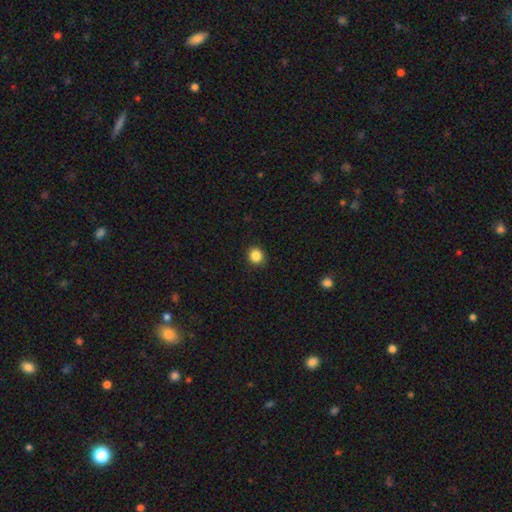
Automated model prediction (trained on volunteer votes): smooth_or_featured: smooth (p=0.86) [alt: star or artifact p=0.11]
how_rounded: round (p=0.87) [alt: in between p=0.13]
merging: none (p=0.92) [alt: minor disturbance p=0.06]